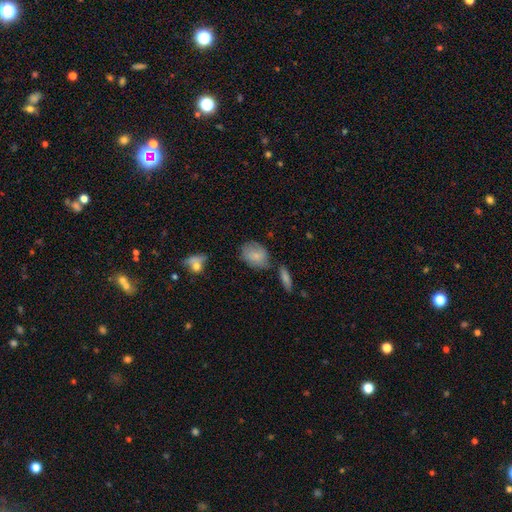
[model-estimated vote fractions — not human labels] Smooth or featured: smooth — 74% (featured or disk — 18%)
How rounded: in between — 68% (round — 30%)
Merging: none — 57% (minor disturbance — 25%)